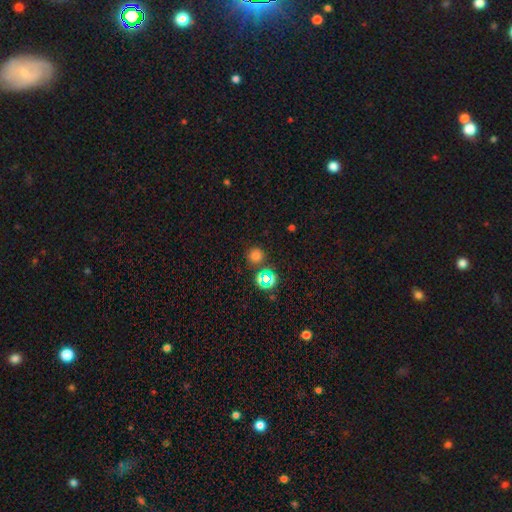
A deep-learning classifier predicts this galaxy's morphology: A smooth galaxy with no disk features (70%) that is round (93%).

Vote fractions:
- Smooth or featured? smooth: 70% / star or artifact: 24% / featured or disk: 6%
- How rounded? round: 93% / in between: 6% / cigar-shaped: 1%
- Merging? none: 82% / minor disturbance: 7% / merger: 7% / major disturbance: 3%